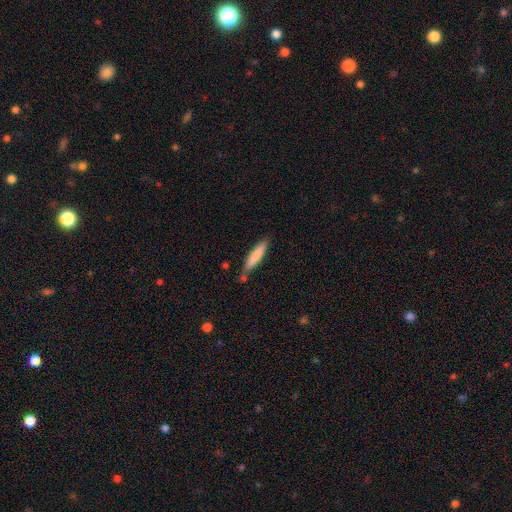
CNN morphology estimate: A smooth galaxy with no disk features (80%) that is cigar-shaped (86%).

Vote fractions:
- Smooth or featured? smooth: 80% / featured or disk: 14% / star or artifact: 6%
- How rounded? cigar-shaped: 86% / in between: 13% / round: 1%
- Merging? none: 74% / minor disturbance: 16% / merger: 7% / major disturbance: 3%